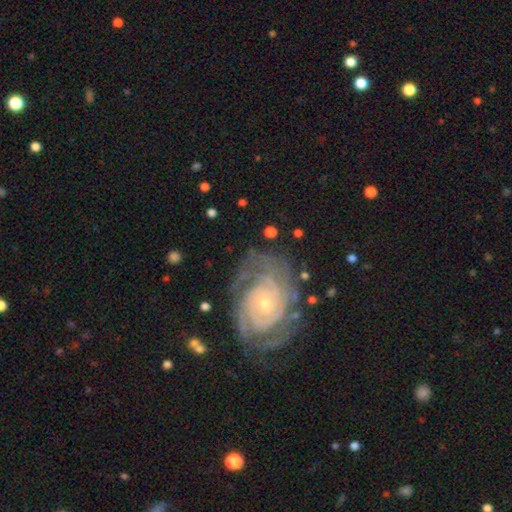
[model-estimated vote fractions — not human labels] featured or disk 85%, star or artifact 8%, smooth 7%. Down the decision tree: edge-on disk — no (97%); bar — no (74%); spiral arms — yes (96%); spiral arm count — 2 (32%); spiral winding — tight (74%); bulge size — small (73%); merging — none (72%).